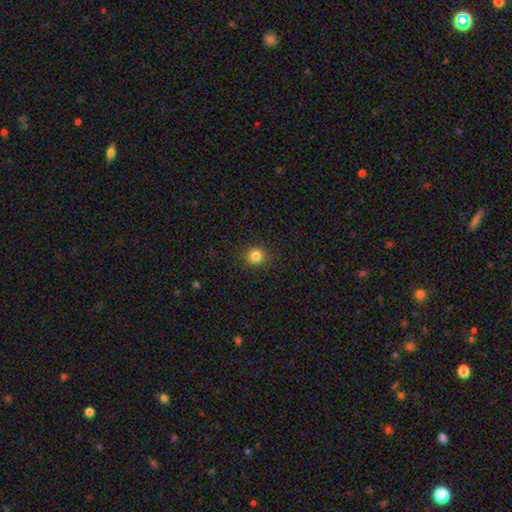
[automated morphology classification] This is clearly a smooth galaxy (83%). How rounded: clearly round (86%). Merging: clearly none (90%).